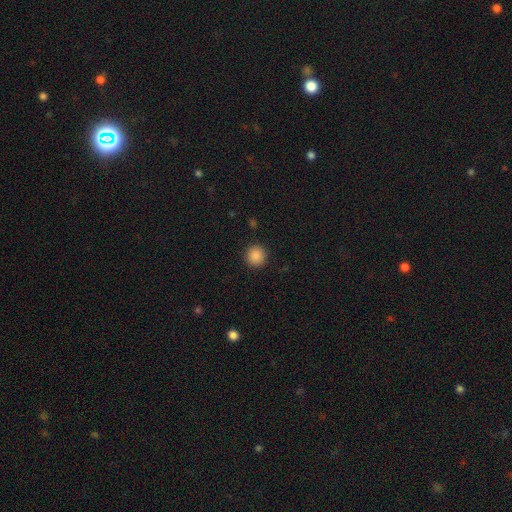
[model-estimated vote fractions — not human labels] smooth 87%, star or artifact 10%, featured or disk 3%. Down the decision tree: how rounded — round (94%); merging — none (92%).